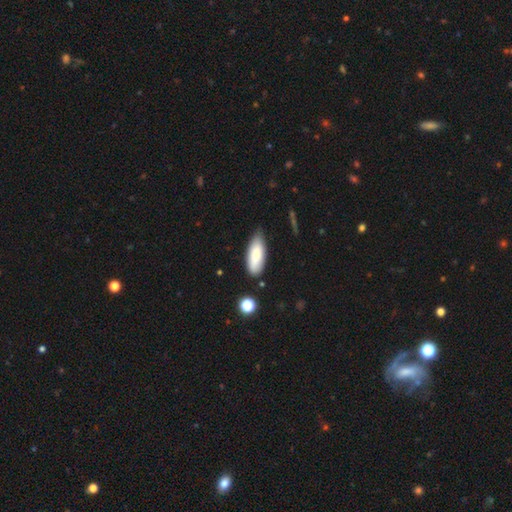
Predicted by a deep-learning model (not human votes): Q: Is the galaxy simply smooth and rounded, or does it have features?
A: smooth — 83%.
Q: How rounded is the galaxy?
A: in between — 78%.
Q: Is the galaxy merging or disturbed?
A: none — 69%.